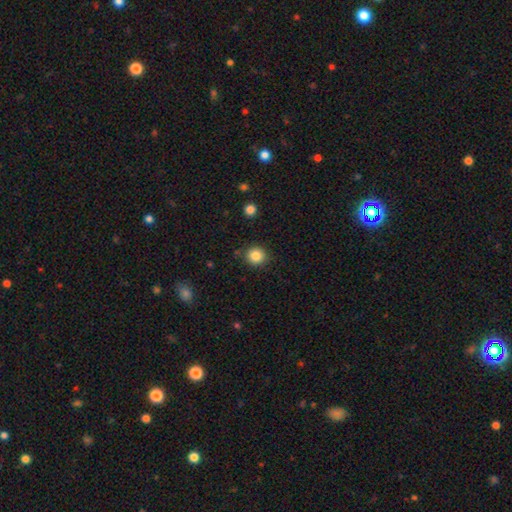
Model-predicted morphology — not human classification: Smooth or featured? smooth (85%)
How rounded? round (89%)
Merging? none (88%)